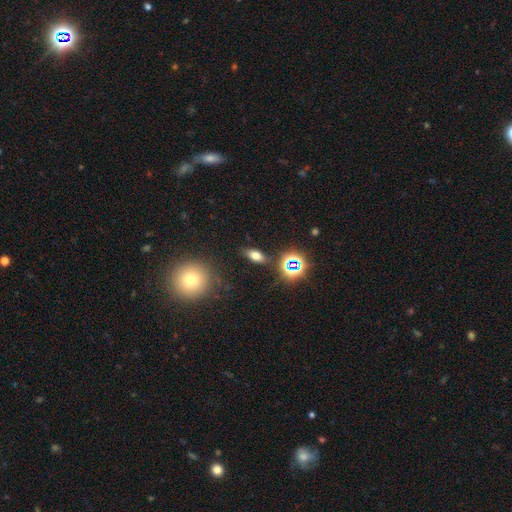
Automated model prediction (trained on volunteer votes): This appears to be a smooth galaxy with no disk features (64%) that is in between round and cigar-shaped (78%). Merging: none (84%).